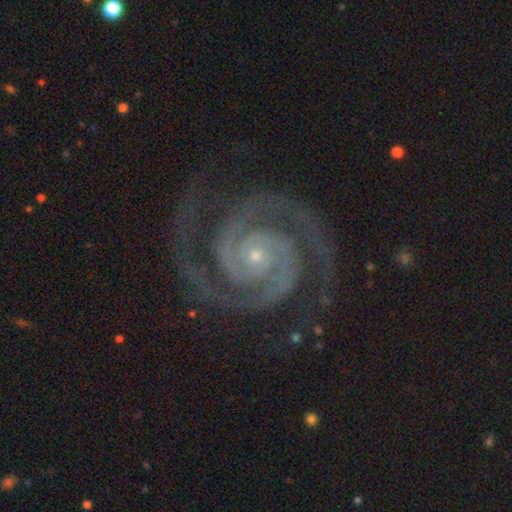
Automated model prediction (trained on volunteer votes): This is clearly a featured or disk galaxy (94%). It is clearly not viewed edge-on (98%). Bar: likely no (73%). Spiral arm pattern: clearly yes (99%). Spiral arm count: clearly 2 (91%). Spiral winding: likely tight (78%). Central bulge: clearly small (83%). Merging: clearly none (82%).